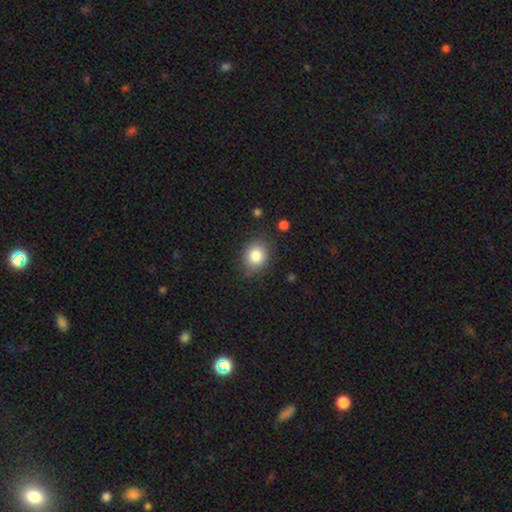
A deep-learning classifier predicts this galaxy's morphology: Overall: smooth (83%). How rounded: round (66%; in between 33%). Merging: none (83%).